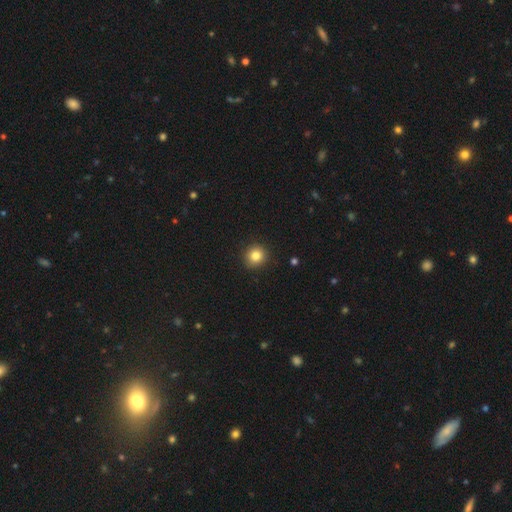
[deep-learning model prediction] This is clearly a smooth galaxy (83%). How rounded: clearly round (92%). Merging: clearly none (91%).